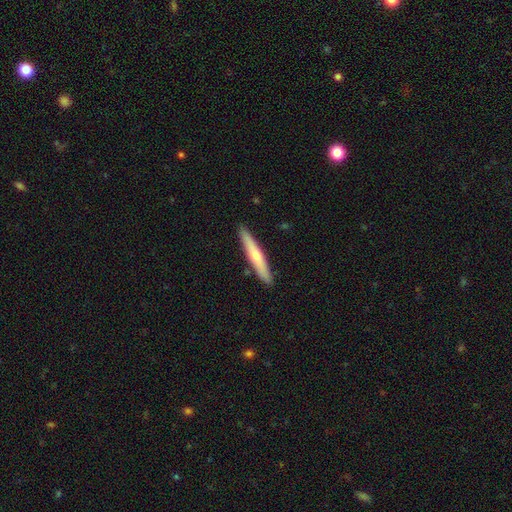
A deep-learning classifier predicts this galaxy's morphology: This appears to be a smooth galaxy with no disk features (56%) that is cigar-shaped (93%). Merging: none (89%).